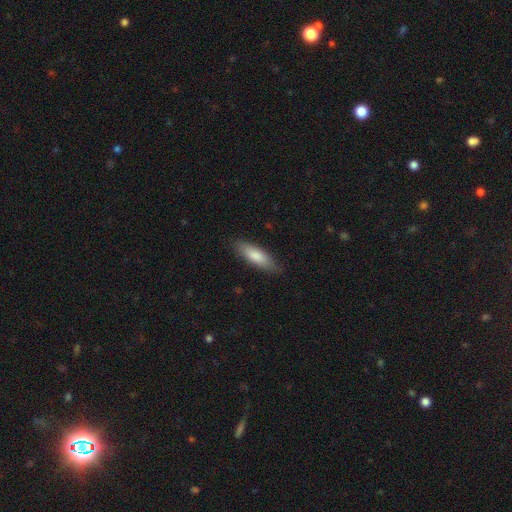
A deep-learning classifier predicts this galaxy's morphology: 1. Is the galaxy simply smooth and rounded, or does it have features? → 82% smooth, 13% featured or disk, 6% star or artifact.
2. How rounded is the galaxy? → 52% in between, 46% cigar-shaped, 2% round.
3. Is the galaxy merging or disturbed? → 84% none, 13% minor disturbance, 3% major disturbance, 1% merger.